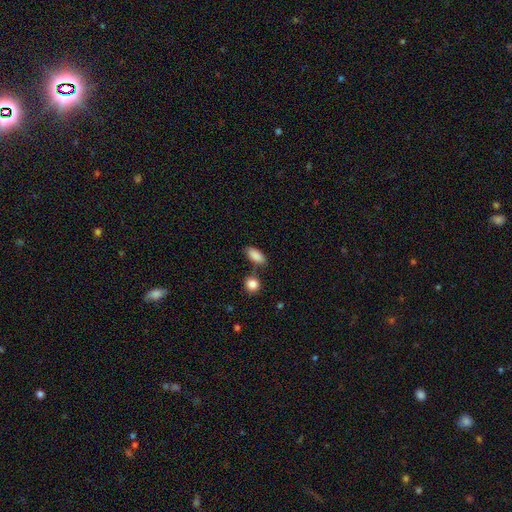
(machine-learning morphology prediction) The model was most divided on "merging": none: 71%, minor disturbance: 14%, merger: 11%, major disturbance: 4%. More confident: smooth or featured — smooth (88%); how rounded — in between (87%).